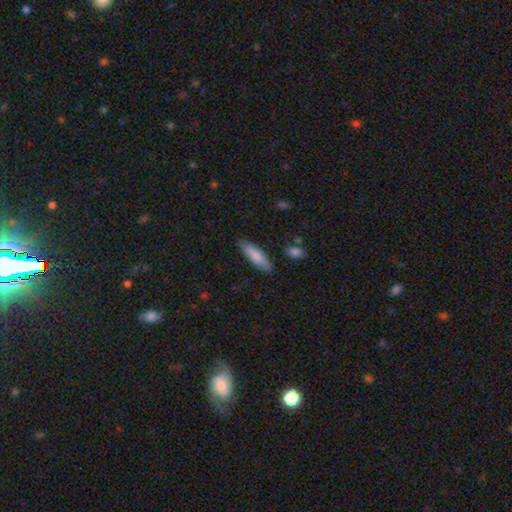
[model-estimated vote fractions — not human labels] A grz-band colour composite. It shows a smooth galaxy with no disk features (82%) that is cigar-shaped (56%). Merging: none (84%).